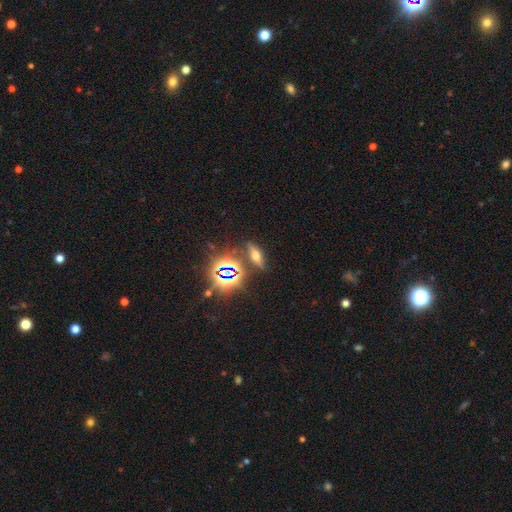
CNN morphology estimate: This appears to be a smooth galaxy with no disk features (35%). Merging: none (81%).